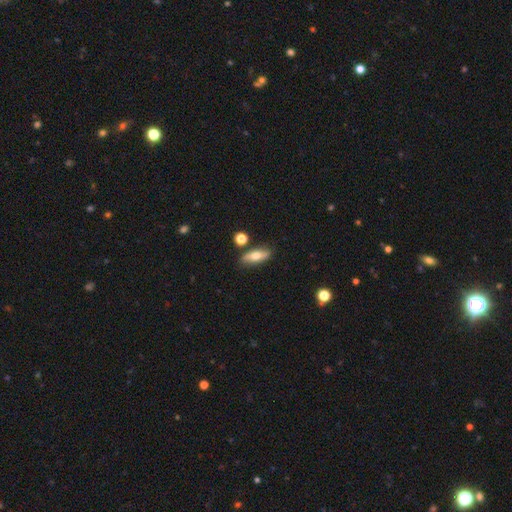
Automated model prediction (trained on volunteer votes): smooth 64%, featured or disk 28%, star or artifact 8%. Down the decision tree: how rounded — in between (63%); merging — none (79%).